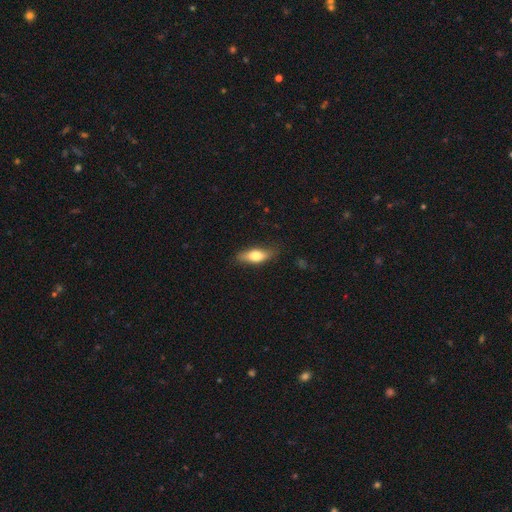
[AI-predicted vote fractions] smooth_or_featured: smooth (p=0.67) [alt: featured or disk p=0.27]
how_rounded: in between (p=0.64) [alt: cigar-shaped p=0.33]
merging: none (p=0.80) [alt: minor disturbance p=0.16]